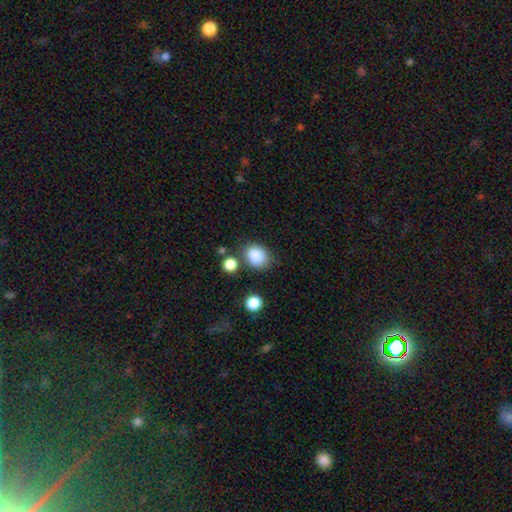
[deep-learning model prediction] smooth_or_featured: smooth (p=0.87) [alt: star or artifact p=0.09]
how_rounded: round (p=0.50) [alt: in between p=0.49]
merging: none (p=0.72) [alt: minor disturbance p=0.14]